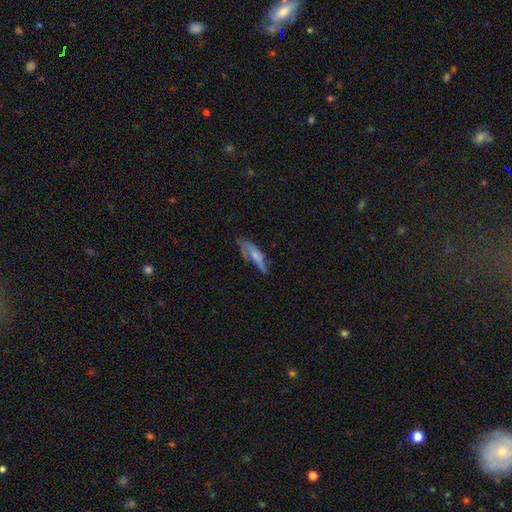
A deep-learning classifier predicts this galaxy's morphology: smooth-or-featured: smooth: 58% | featured or disk: 35% | star or artifact: 8%
  how-rounded: in between: 50% | cigar-shaped: 48% | round: 2%
  merging: none: 38% | minor disturbance: 33% | major disturbance: 23% | merger: 5%